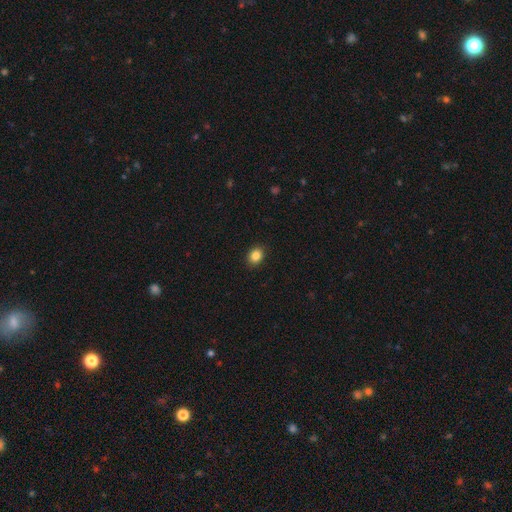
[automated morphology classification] smooth_or_featured: smooth (p=0.86) [alt: star or artifact p=0.10]
how_rounded: in between (p=0.50) [alt: round p=0.49]
merging: none (p=0.90) [alt: minor disturbance p=0.07]